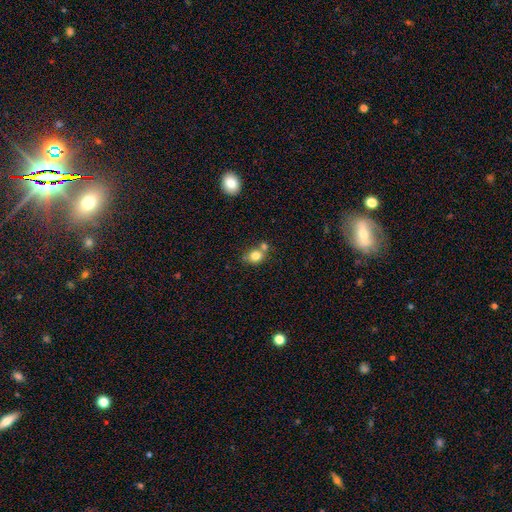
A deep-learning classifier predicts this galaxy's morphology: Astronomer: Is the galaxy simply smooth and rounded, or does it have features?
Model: smooth — 79%.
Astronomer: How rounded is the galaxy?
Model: round — 64%.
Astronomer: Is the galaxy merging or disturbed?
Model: none — 47% (runner-up: merger, 36%).